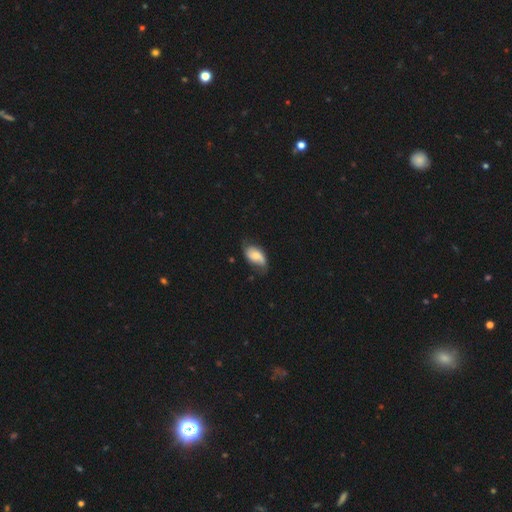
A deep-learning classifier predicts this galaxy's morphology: type=smooth (55%); roundness=in between (92%); merging=none (54%).